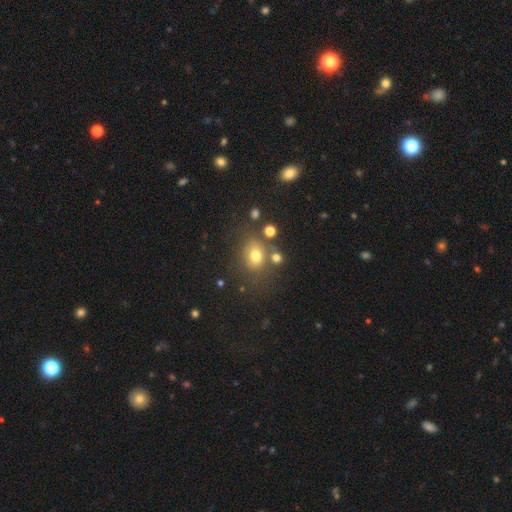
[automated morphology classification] type=smooth (72%); roundness=round (56%); merging=none (63%).